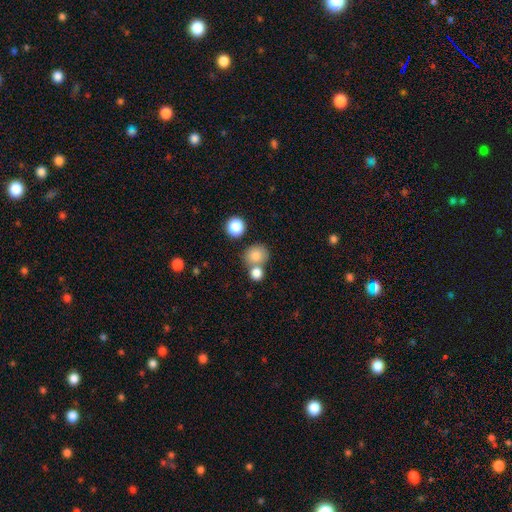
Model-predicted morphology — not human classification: This appears to be a smooth galaxy with no disk features (81%) that is round (74%). Merging: none (53%).